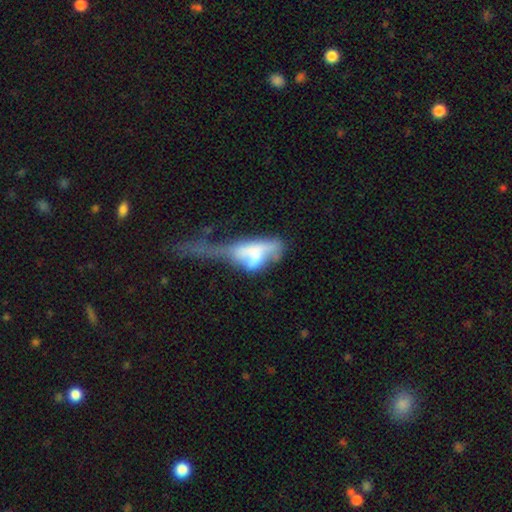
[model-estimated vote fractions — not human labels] Smooth or featured? Predicted: smooth (p=0.49). Merging? Predicted: major disturbance (p=0.49).